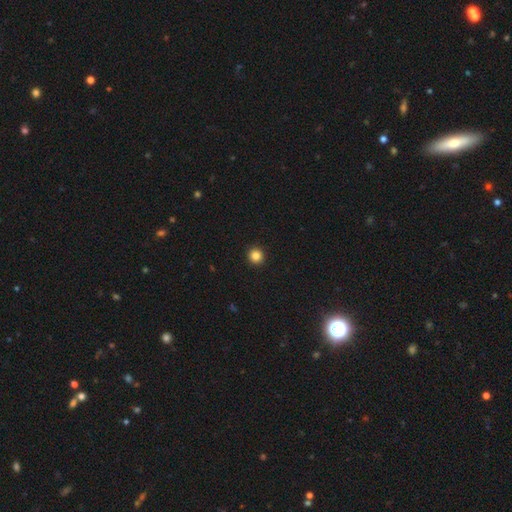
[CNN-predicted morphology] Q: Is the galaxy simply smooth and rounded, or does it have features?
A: smooth — 85%.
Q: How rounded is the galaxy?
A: round — 95%.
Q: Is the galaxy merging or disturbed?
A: none — 94%.